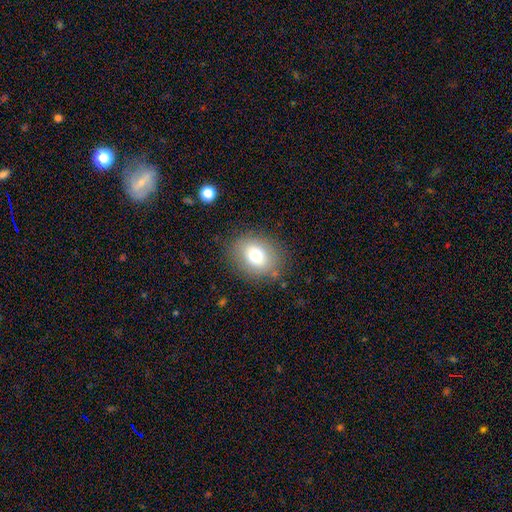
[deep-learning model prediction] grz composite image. It shows a smooth galaxy with no disk features (74%) that is in between round and cigar-shaped (54%). Merging: none (82%).